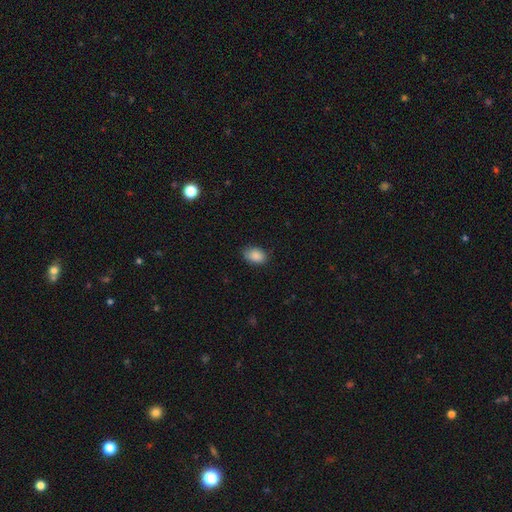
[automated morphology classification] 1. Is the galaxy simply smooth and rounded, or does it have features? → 88% smooth, 8% star or artifact, 4% featured or disk.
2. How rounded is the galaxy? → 80% in between, 19% round, 1% cigar-shaped.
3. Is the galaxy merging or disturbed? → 80% none, 16% minor disturbance, 3% major disturbance, 1% merger.